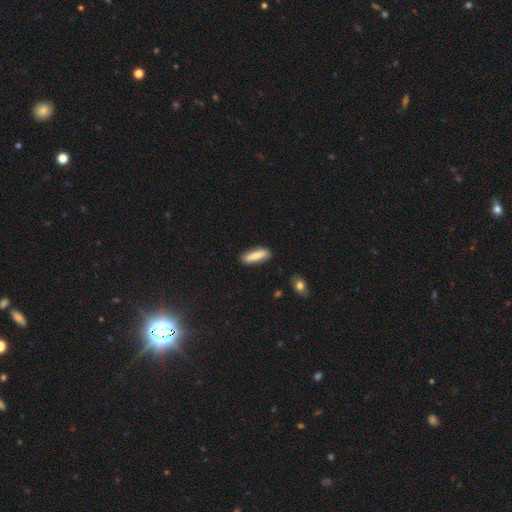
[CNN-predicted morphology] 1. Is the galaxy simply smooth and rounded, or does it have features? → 80% smooth, 14% featured or disk, 6% star or artifact.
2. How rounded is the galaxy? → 60% cigar-shaped, 38% in between, 2% round.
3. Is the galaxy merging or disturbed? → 84% none, 12% minor disturbance, 3% major disturbance, 2% merger.